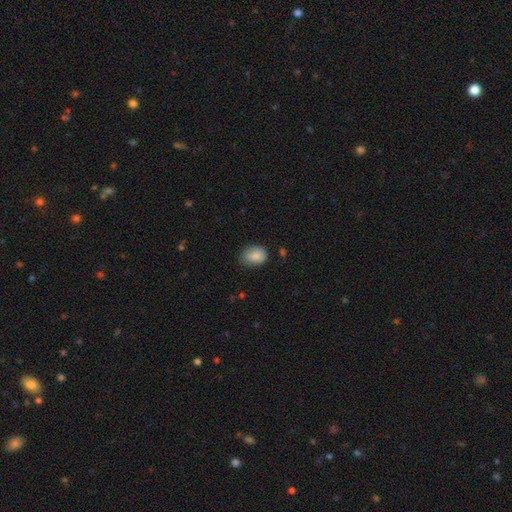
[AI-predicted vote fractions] Q: Smooth or featured?
A: smooth (85%); runner-up: star or artifact (8%)
Q: How rounded?
A: in between (66%); runner-up: round (33%)
Q: Merging?
A: none (63%); runner-up: minor disturbance (30%)